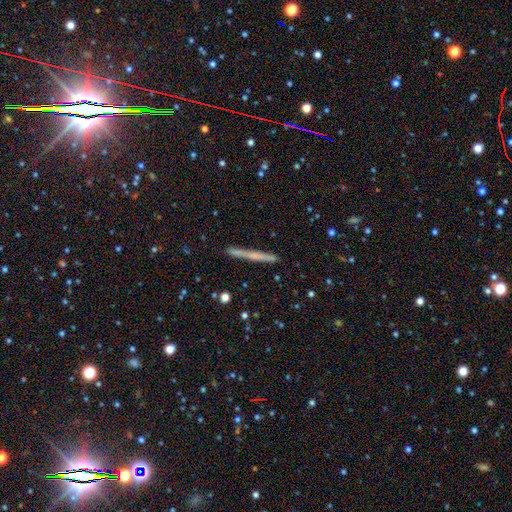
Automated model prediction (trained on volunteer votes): A smooth galaxy with no disk features (54%) that is cigar-shaped (97%). Merging: none (90%).